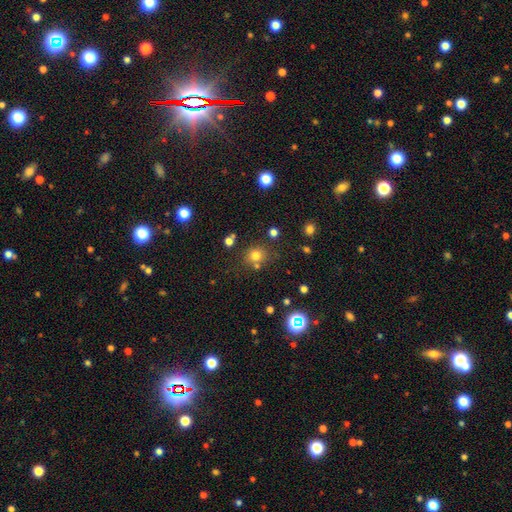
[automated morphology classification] Smooth or featured: smooth — 74% (star or artifact — 18%)
How rounded: round — 82% (in between — 18%)
Merging: none — 71% (merger — 13%)